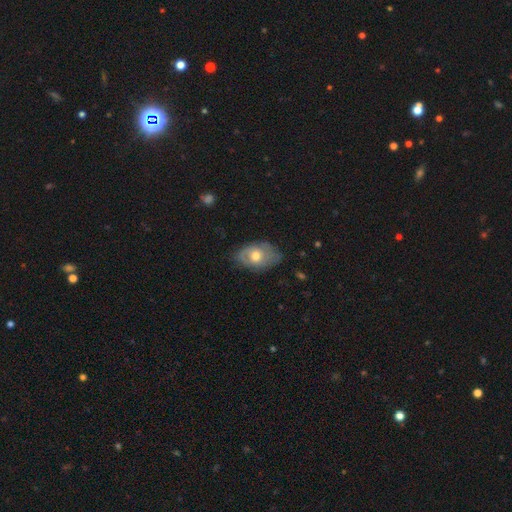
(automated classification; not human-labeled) Smooth or featured?
  - smooth: 46% * (tied)
  - featured or disk: 46% * (tied)
  - star or artifact: 7%
Merging?
  - none: 65% *
  - minor disturbance: 27%
  - major disturbance: 7%
  - merger: 1%